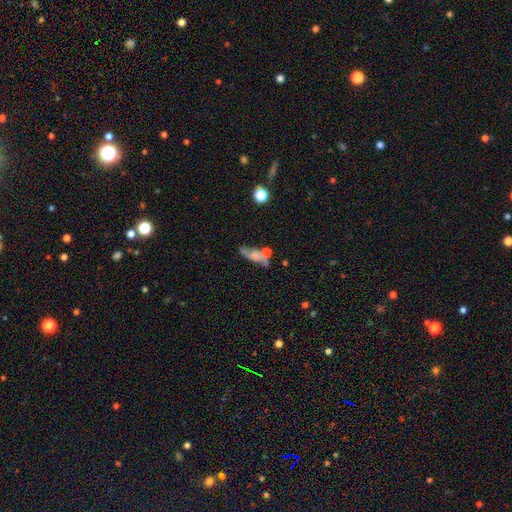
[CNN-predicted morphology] The model was most divided on "smooth or featured": smooth: 45%, featured or disk: 43%, star or artifact: 12%. Remaining: merging — none (35%).